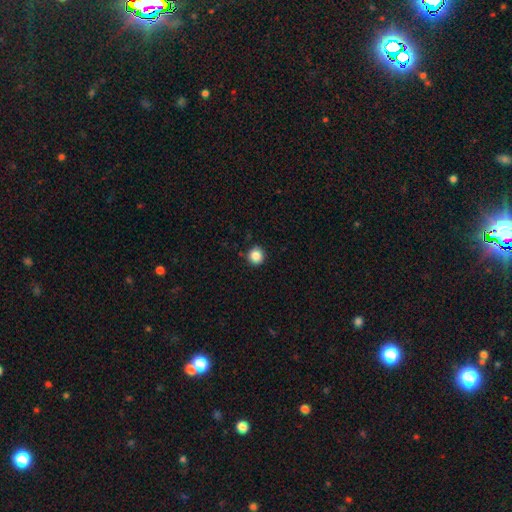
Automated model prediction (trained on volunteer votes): A smooth galaxy with no disk features (87%) that is round (92%).

Vote fractions:
- Smooth or featured? smooth: 87% / star or artifact: 10% / featured or disk: 3%
- How rounded? round: 92% / in between: 7% / cigar-shaped: 1%
- Merging? none: 89% / minor disturbance: 8% / major disturbance: 2% / merger: 1%